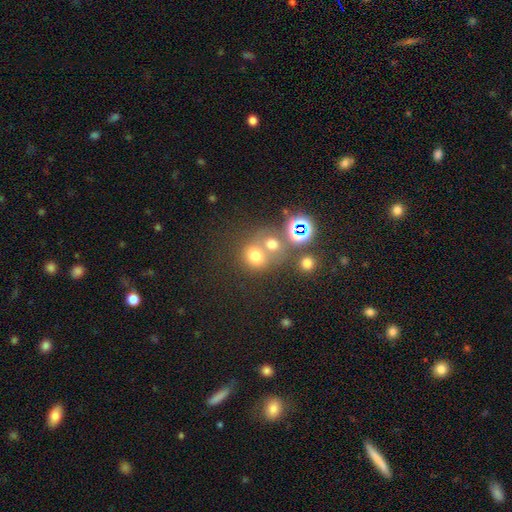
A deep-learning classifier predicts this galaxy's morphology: Smooth or featured? Predicted: smooth (p=0.64). How rounded? Predicted: round (p=0.72). Merging? Predicted: none (p=0.46).